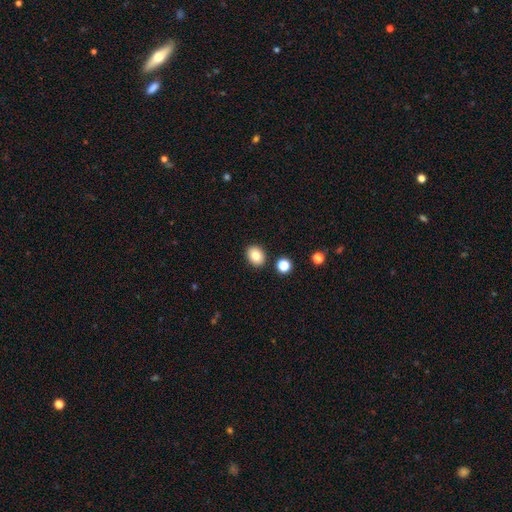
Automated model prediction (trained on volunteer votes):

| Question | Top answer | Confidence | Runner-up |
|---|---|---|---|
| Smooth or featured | smooth | 82% | star or artifact (10%) |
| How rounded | in between | 51% | round (48%) |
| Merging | none | 88% | minor disturbance (7%) |